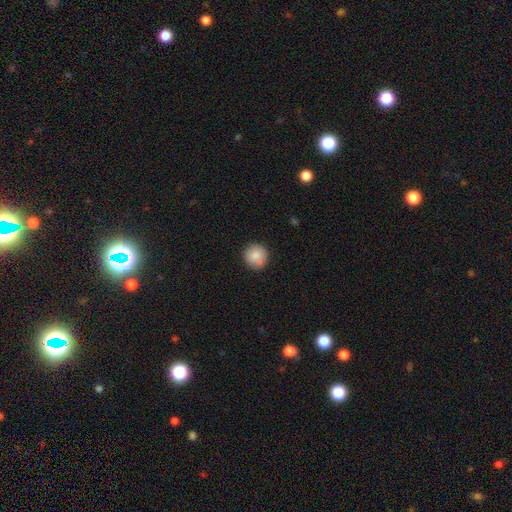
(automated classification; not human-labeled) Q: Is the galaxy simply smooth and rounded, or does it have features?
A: smooth — 87%.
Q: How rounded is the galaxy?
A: round — 93%.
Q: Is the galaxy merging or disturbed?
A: none — 89%.